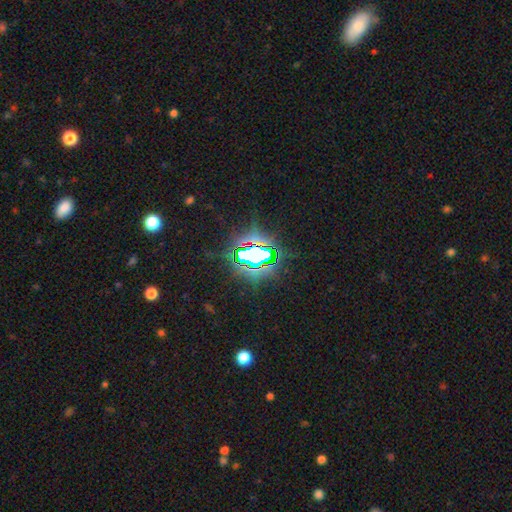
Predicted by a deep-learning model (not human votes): smooth-or-featured: star or artifact: 75% | smooth: 14% | featured or disk: 11%